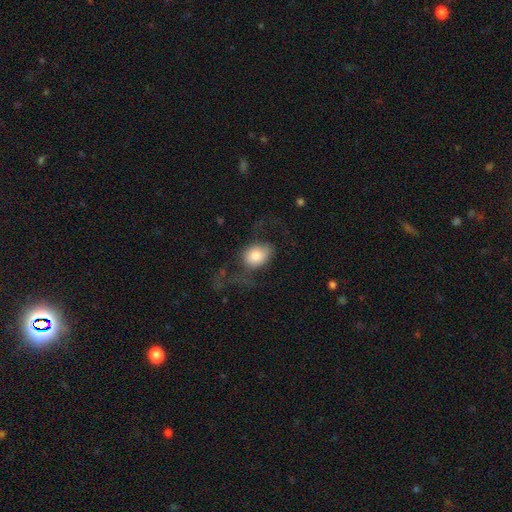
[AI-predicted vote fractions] Overall: smooth (71%). How rounded: in between (70%). Merging: major disturbance (43%; none 34%).